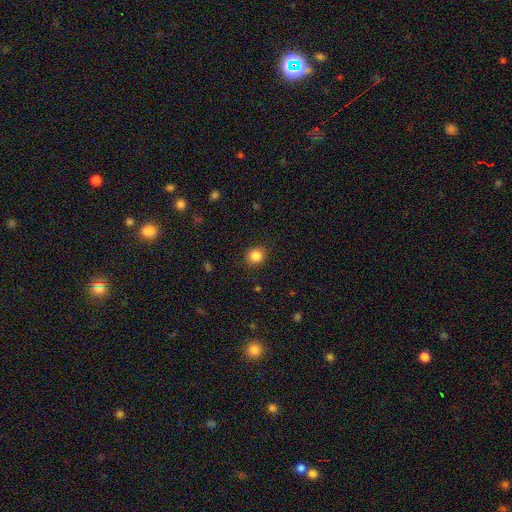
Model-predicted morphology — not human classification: smooth-or-featured: smooth: 85% | star or artifact: 11% | featured or disk: 5%
  how-rounded: round: 82% | in between: 17% | cigar-shaped: 1%
  merging: none: 87% | minor disturbance: 9% | major disturbance: 3% | merger: 1%